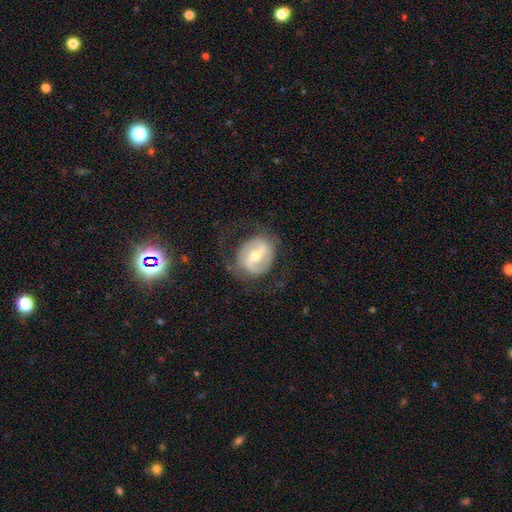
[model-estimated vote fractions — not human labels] Smooth or featured? Predicted: featured or disk (p=0.75). Edge-on disk? Predicted: no (p=0.96). Bar? Predicted: strong (p=0.46). Spiral arms? Predicted: yes (p=0.78). Spiral winding? Predicted: medium (p=0.41). Spiral arm count? Predicted: 2 (p=0.79). Bulge size? Predicted: moderate (p=0.57). Merging? Predicted: none (p=0.65).